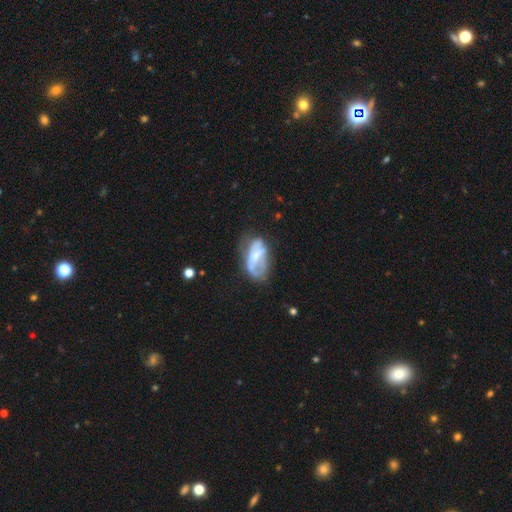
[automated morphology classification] A featured or disk galaxy (54%) with no bar (52%), no spiral arms (56%) and a small central bulge (43%). Merging: none (38%).